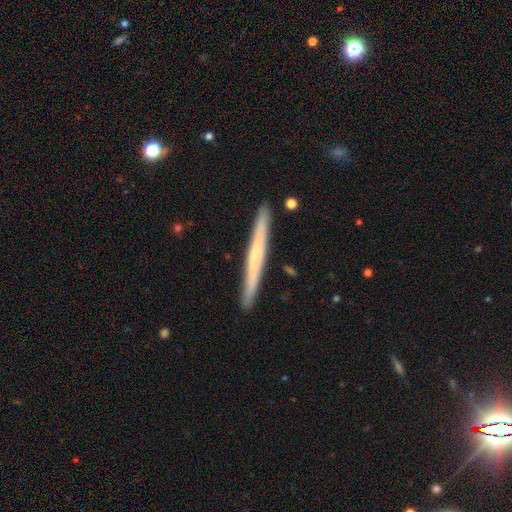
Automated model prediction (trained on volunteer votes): Q: Smooth or featured?
A: featured or disk (50%); runner-up: smooth (44%)
Q: Edge-on disk?
A: yes (96%); runner-up: no (4%)
Q: Merging?
A: none (91%); runner-up: minor disturbance (6%)